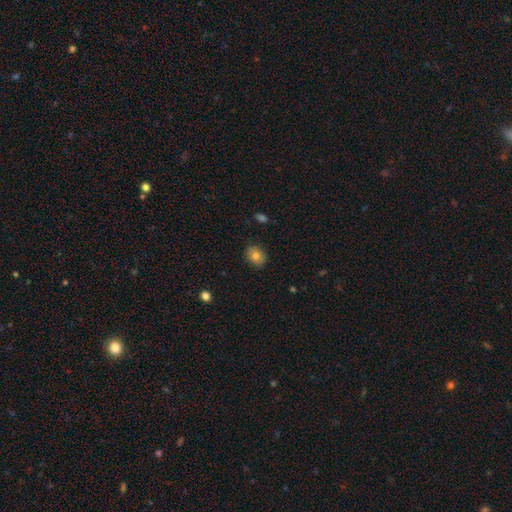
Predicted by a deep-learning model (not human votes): Morphology: type=smooth (82%); roundness=in between (52%); merging=none (86%).